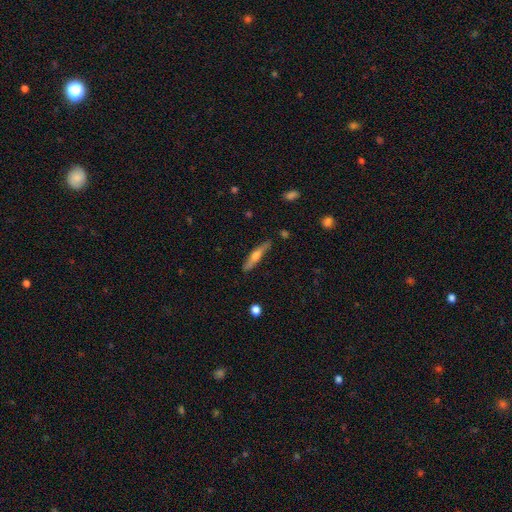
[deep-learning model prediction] A featured or disk galaxy (55%) viewed edge-on (93%) with a rounded central bulge (84%).

Vote fractions:
- Smooth or featured? featured or disk: 55% / smooth: 39% / star or artifact: 6%
- Edge-on disk? yes: 93% / no: 7%
- Edge-on bulge? rounded: 84% / none: 8% / boxy: 8%
- Merging? none: 85% / minor disturbance: 11% / major disturbance: 2% / merger: 2%